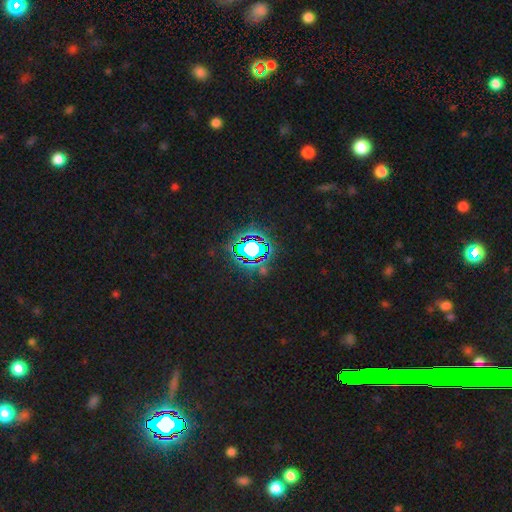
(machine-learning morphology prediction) The model was most divided on "smooth or featured": star or artifact: 81%, smooth: 12%, featured or disk: 8%.